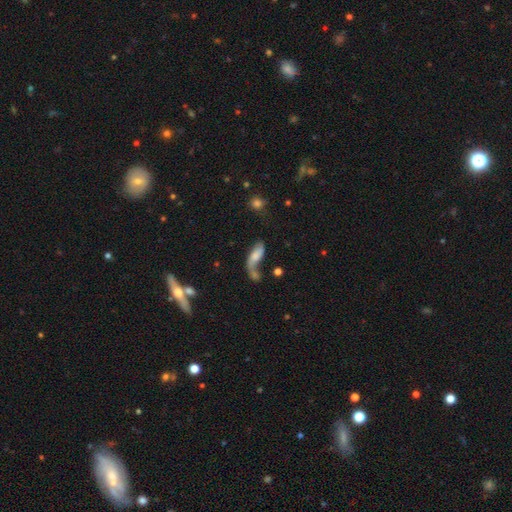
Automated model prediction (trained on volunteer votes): A featured or disk galaxy (45%, tied with smooth). Merging: merger (33%).